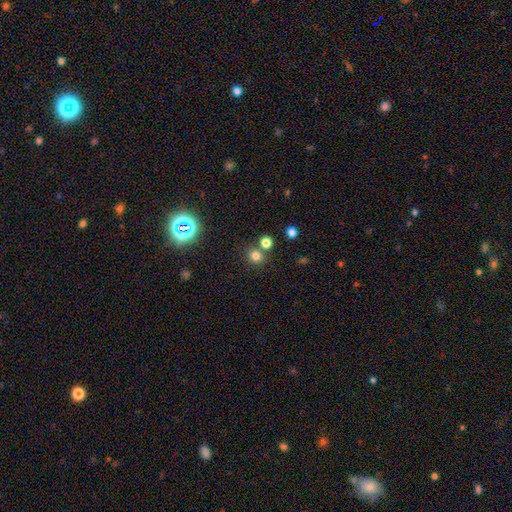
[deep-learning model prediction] smooth 73%, star or artifact 20%, featured or disk 7%. Down the decision tree: how rounded — round (83%); merging — none (68%).